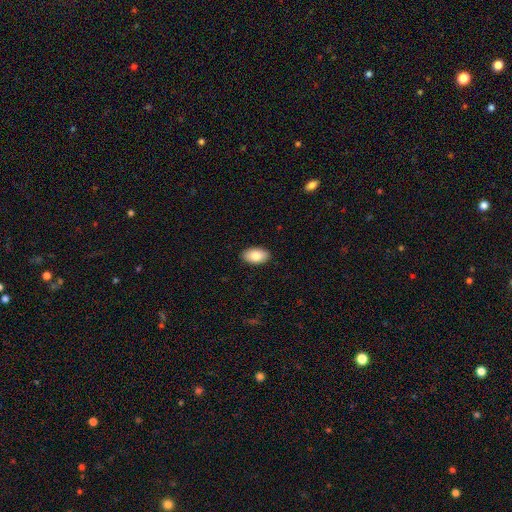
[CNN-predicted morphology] This is clearly a smooth galaxy (82%). How rounded: clearly in between (94%). Merging: clearly none (90%).